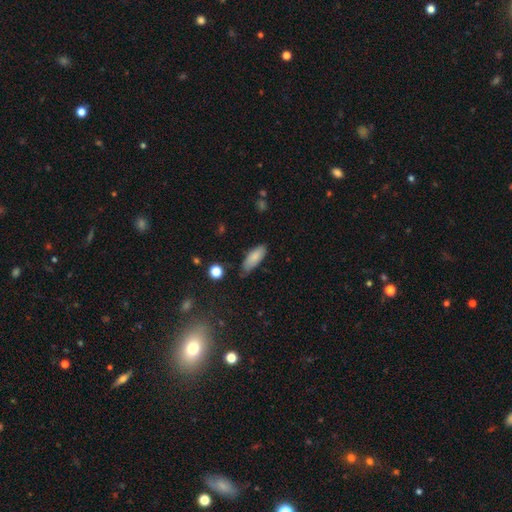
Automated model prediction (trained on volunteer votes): The model was most divided on "merging": none: 67%, minor disturbance: 26%, major disturbance: 5%, merger: 2%. More confident: smooth or featured — smooth (84%); how rounded — in between (73%).